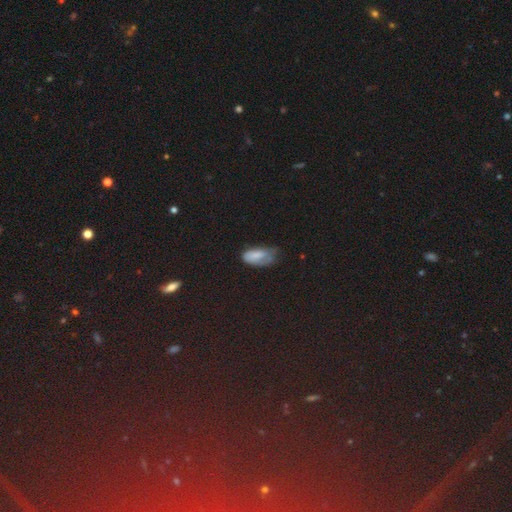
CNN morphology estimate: This appears to be a smooth galaxy with no disk features (71%) that is in between round and cigar-shaped (89%). Merging: minor disturbance (43%).